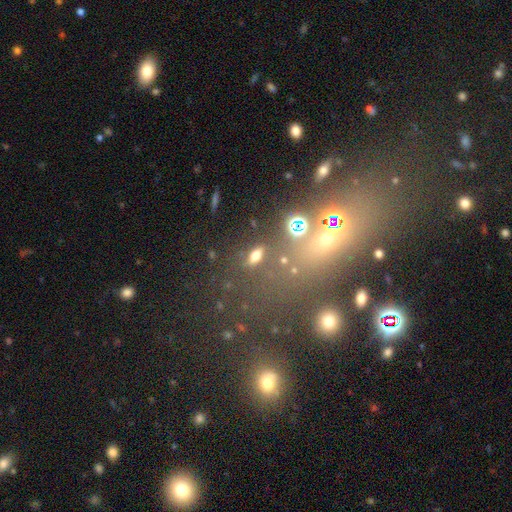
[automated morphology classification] smooth-or-featured: smooth: 60% | star or artifact: 22% | featured or disk: 18%
  how-rounded: in between: 70% | cigar-shaped: 19% | round: 11%
  merging: none: 75% | minor disturbance: 13% | merger: 7% | major disturbance: 6%